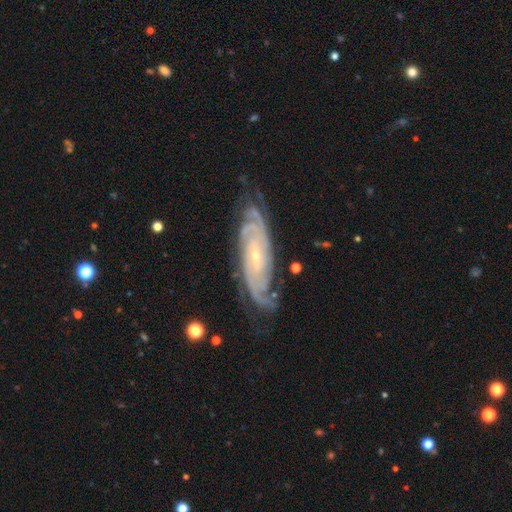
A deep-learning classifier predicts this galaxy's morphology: smooth_or_featured: featured or disk (p=0.90) [alt: star or artifact p=0.06]
disk_edge_on: no (p=0.92) [alt: yes p=0.08]
bar: no (p=0.68) [alt: weak p=0.23]
has_spiral_arms: yes (p=0.98) [alt: no p=0.02]
spiral_winding: tight (p=0.77) [alt: medium p=0.20]
spiral_arm_count: 4 (p=0.23) [alt: can't tell p=0.22]
bulge_size: small (p=0.84) [alt: moderate p=0.12]
merging: none (p=0.77) [alt: minor disturbance p=0.17]